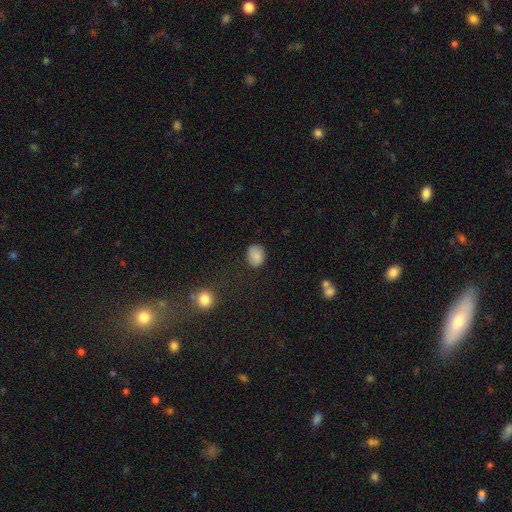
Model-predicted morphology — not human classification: smooth 86%, star or artifact 9%, featured or disk 5%. Down the decision tree: how rounded — in between (52%); merging — none (82%).